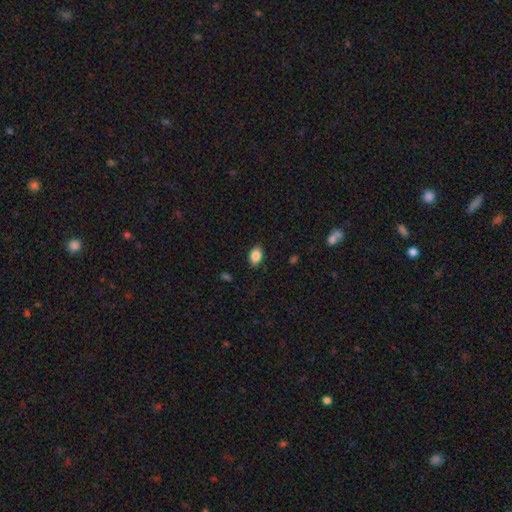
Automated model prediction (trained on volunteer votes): Smooth or featured? smooth (86%)
How rounded? in between (87%)
Merging? none (85%)